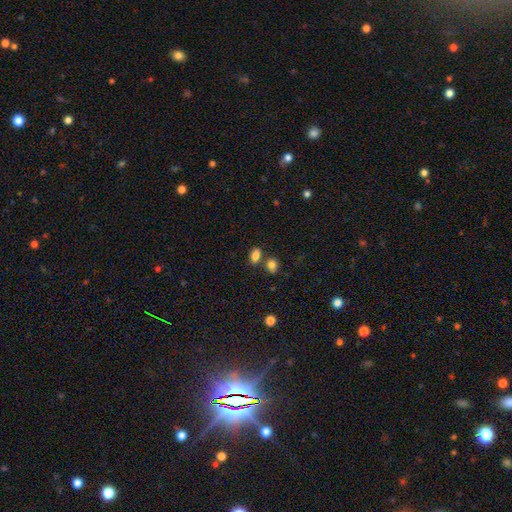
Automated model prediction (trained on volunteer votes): This is clearly a smooth galaxy (84%). How rounded: clearly in between (84%). Merging: likely none (65%).